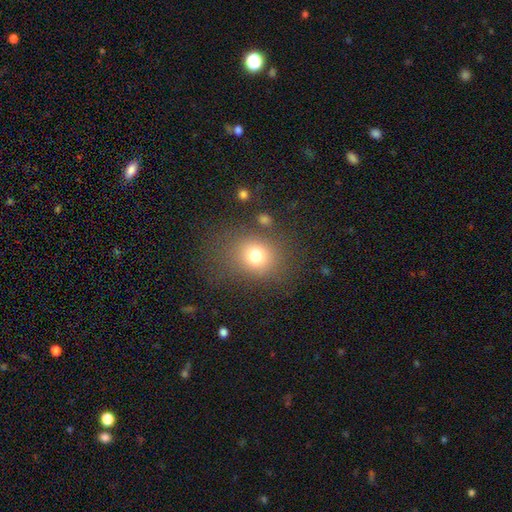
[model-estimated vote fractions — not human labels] Smooth or featured: smooth — 75% (star or artifact — 15%)
How rounded: round — 66% (in between — 33%)
Merging: none — 75% (minor disturbance — 13%)